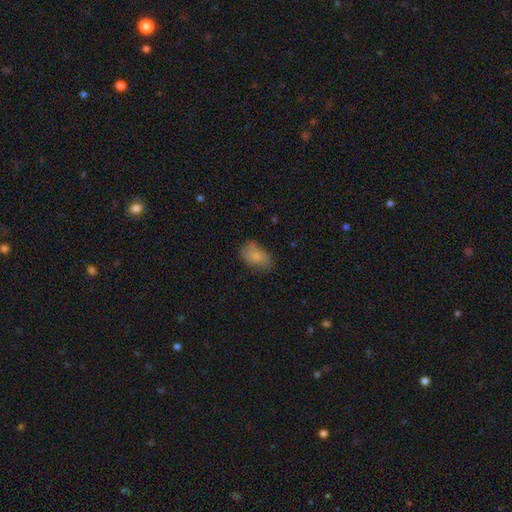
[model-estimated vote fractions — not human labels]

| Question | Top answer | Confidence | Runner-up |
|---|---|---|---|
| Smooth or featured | smooth | 79% | featured or disk (13%) |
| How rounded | in between | 86% | round (12%) |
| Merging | none | 61% | minor disturbance (28%) |